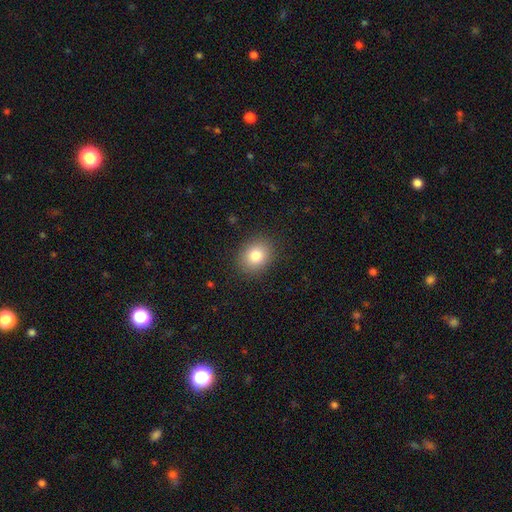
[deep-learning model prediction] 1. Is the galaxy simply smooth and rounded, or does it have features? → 82% smooth, 10% star or artifact, 8% featured or disk.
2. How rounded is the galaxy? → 57% round, 42% in between, 1% cigar-shaped.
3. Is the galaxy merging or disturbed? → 88% none, 8% minor disturbance, 3% major disturbance, 1% merger.